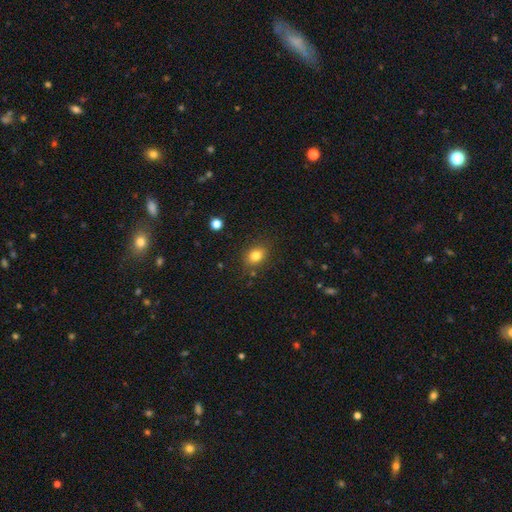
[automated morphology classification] Overall: smooth (82%). How rounded: in between (57%; round 42%). Merging: none (83%).